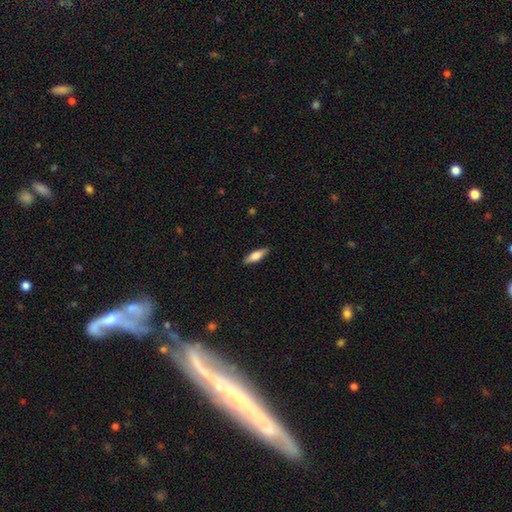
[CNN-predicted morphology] Smooth or featured?
  - smooth: 69% *
  - featured or disk: 25%
  - star or artifact: 6%
How rounded?
  - in between: 52% *
  - cigar-shaped: 46%
  - round: 2%
Merging?
  - none: 88% *
  - minor disturbance: 9%
  - major disturbance: 2%
  - merger: 1%